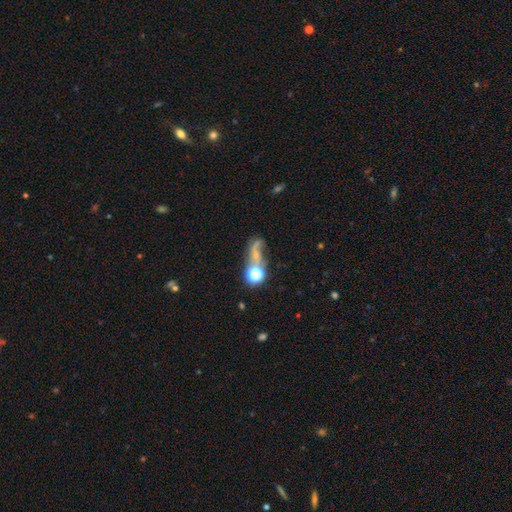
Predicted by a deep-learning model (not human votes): Smooth or featured? featured or disk (40%)
Merging? none (36%)